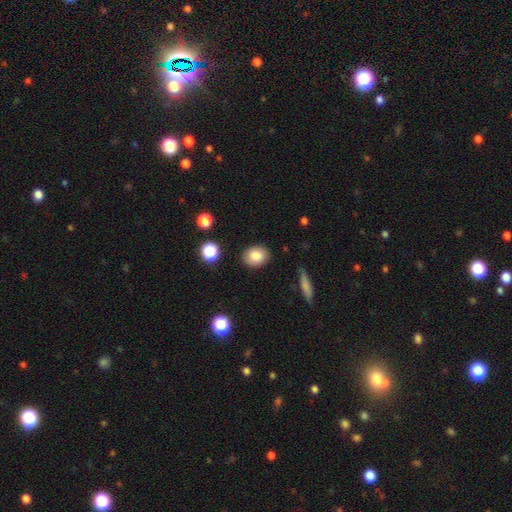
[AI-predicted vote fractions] The model was most divided on "how rounded": in between: 59%, round: 40%, cigar-shaped: 1%. More confident: merging — none (87%); smooth or featured — smooth (83%).